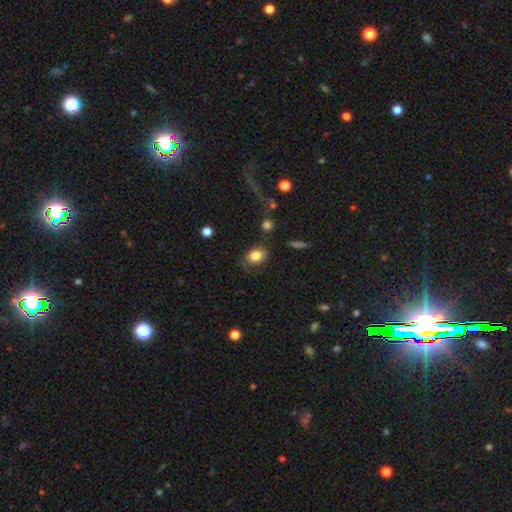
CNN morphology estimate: A smooth galaxy with no disk features (83%) that is in between round and cigar-shaped (76%).

Vote fractions:
- Smooth or featured? smooth: 83% / featured or disk: 9% / star or artifact: 8%
- How rounded? in between: 76% / round: 22% / cigar-shaped: 1%
- Merging? none: 70% / minor disturbance: 19% / major disturbance: 7% / merger: 3%